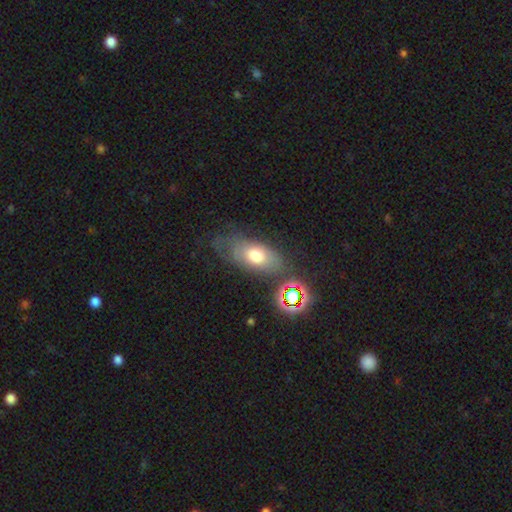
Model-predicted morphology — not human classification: This is likely a smooth galaxy (61%). How rounded: clearly in between (85%). Merging: possibly none (57%).